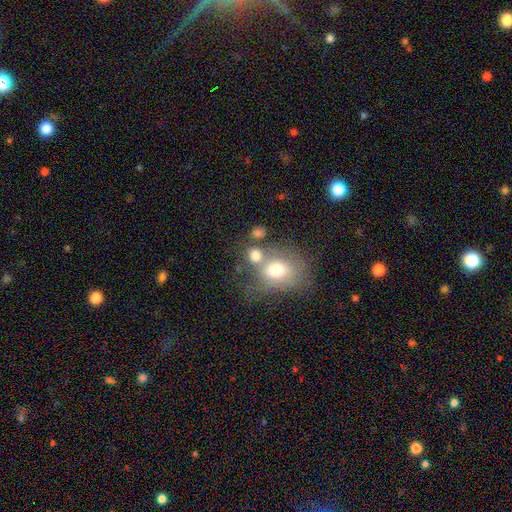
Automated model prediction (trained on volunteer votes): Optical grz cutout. It shows a smooth galaxy with no disk features (70%) that is round (57%). Merging: merger (42%).